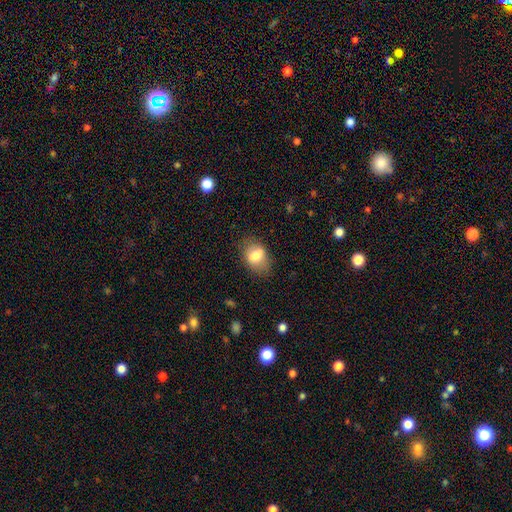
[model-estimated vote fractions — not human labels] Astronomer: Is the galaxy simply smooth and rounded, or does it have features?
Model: smooth — 74%.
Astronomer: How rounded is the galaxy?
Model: in between — 75%.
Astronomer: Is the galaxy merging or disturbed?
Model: none — 70%.